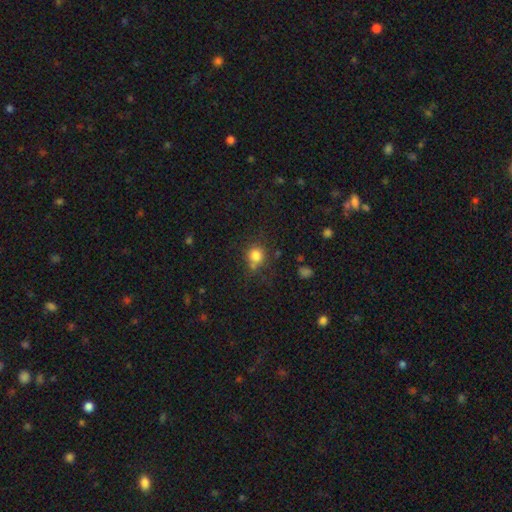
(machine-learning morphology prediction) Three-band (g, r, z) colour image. It shows a smooth galaxy with no disk features (81%) that is round (87%). Merging: none (65%).